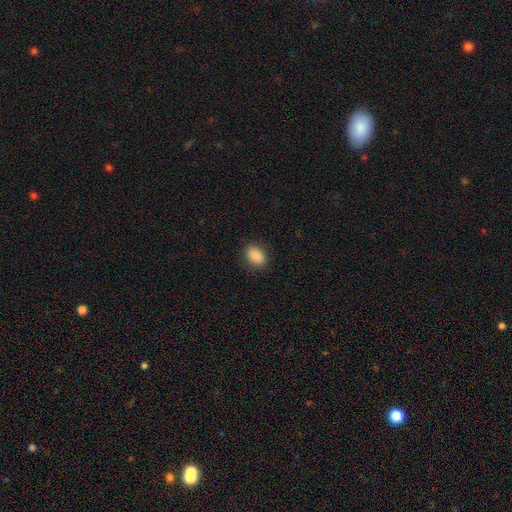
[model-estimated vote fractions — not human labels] Q: Smooth or featured?
A: smooth (85%); runner-up: star or artifact (8%)
Q: How rounded?
A: in between (83%); runner-up: round (16%)
Q: Merging?
A: none (87%); runner-up: minor disturbance (10%)